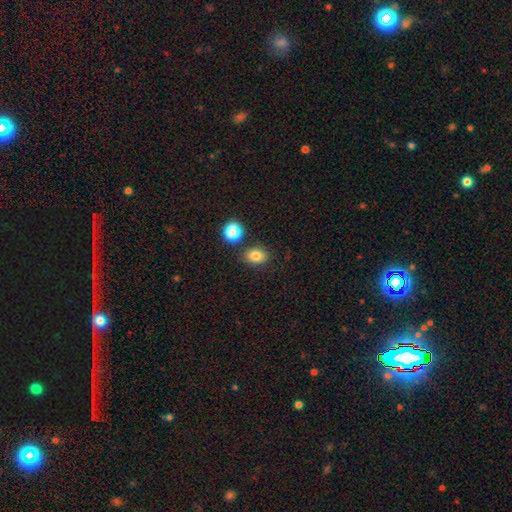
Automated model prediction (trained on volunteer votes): This appears to be a smooth galaxy with no disk features (82%) that is in between round and cigar-shaped (60%). Merging: none (78%).